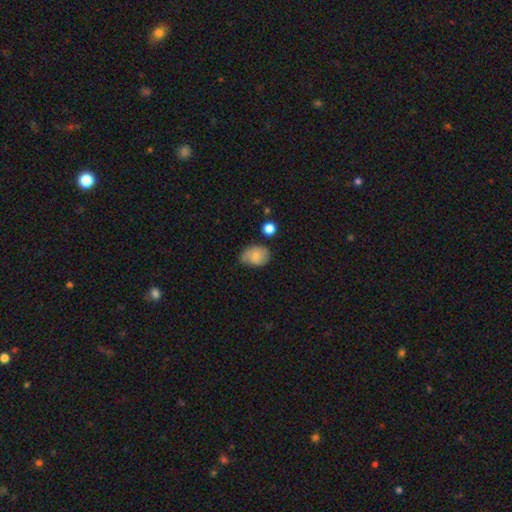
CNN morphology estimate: smooth-or-featured: smooth: 75% | featured or disk: 16% | star or artifact: 8%
  how-rounded: in between: 69% | round: 30% | cigar-shaped: 1%
  merging: none: 55% | minor disturbance: 34% | major disturbance: 8% | merger: 3%